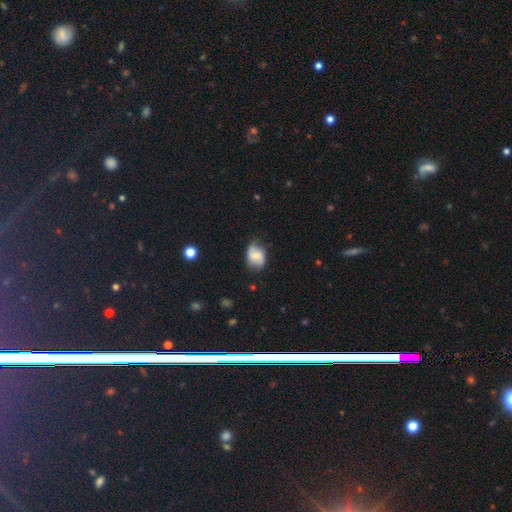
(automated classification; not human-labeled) Smooth or featured?
  - featured or disk: 46% * (tied)
  - smooth: 46% * (tied)
  - star or artifact: 8%
Merging?
  - none: 63% *
  - minor disturbance: 27%
  - major disturbance: 7%
  - merger: 2%